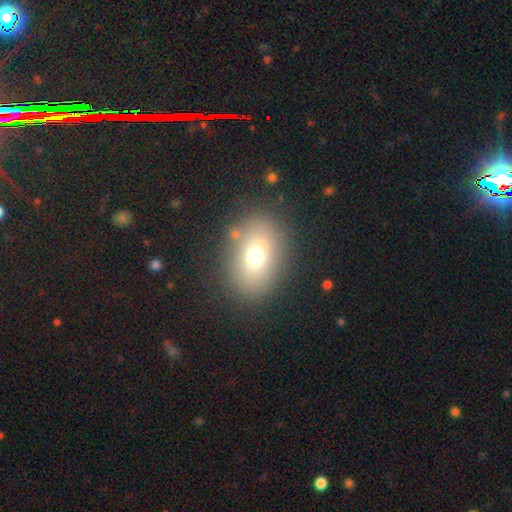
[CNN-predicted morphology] type=smooth (68%); roundness=in between (68%); merging=none (82%).